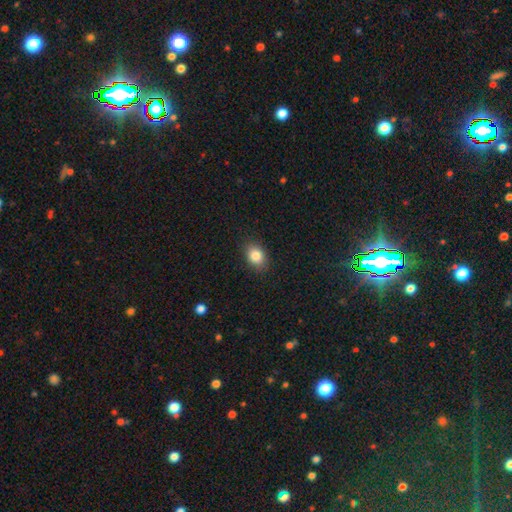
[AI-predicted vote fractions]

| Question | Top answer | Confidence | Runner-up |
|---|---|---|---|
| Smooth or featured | smooth | 85% | star or artifact (9%) |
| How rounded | in between | 67% | round (32%) |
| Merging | none | 87% | minor disturbance (9%) |